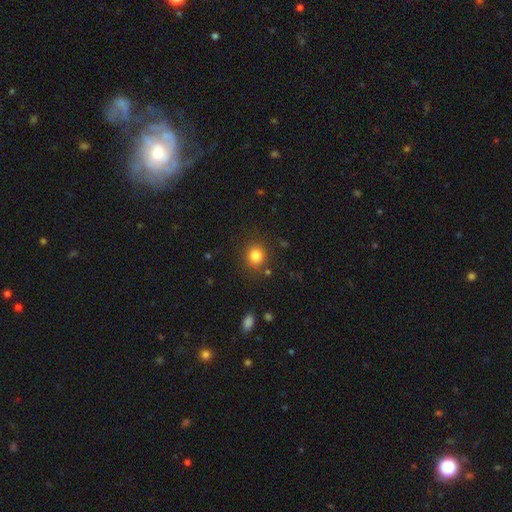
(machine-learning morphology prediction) Overall: smooth (82%). How rounded: round (83%). Merging: none (84%).